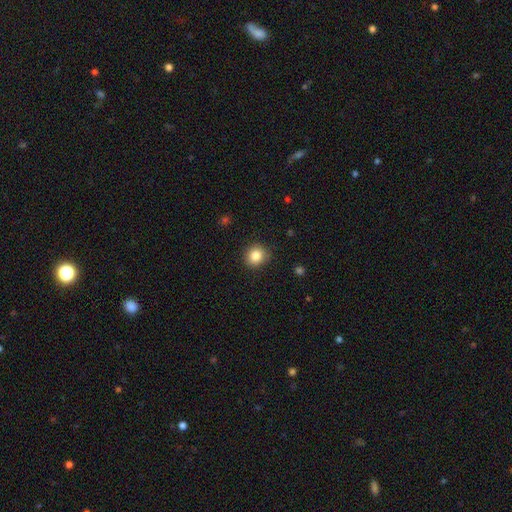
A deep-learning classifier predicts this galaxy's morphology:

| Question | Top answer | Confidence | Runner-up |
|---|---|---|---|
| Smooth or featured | smooth | 84% | star or artifact (10%) |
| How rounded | round | 83% | in between (16%) |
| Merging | none | 89% | minor disturbance (8%) |